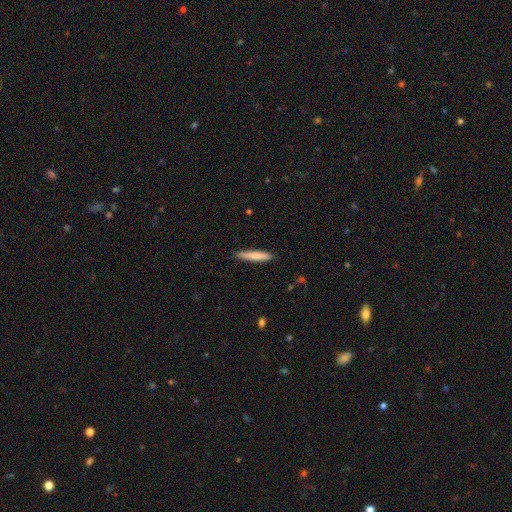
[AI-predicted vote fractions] Morphology: type=smooth (76%); roundness=cigar-shaped (91%); merging=none (87%).